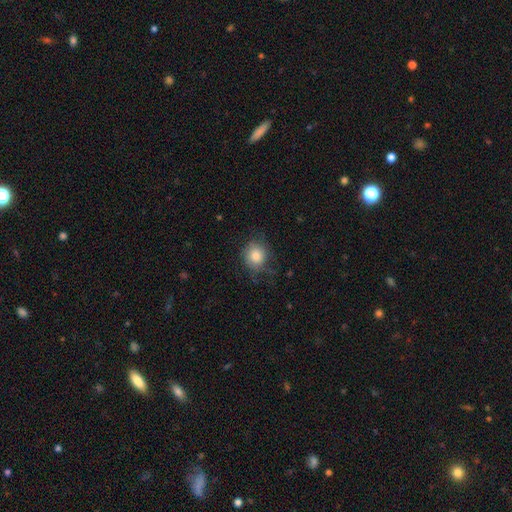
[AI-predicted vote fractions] smooth_or_featured: smooth (p=0.72) [alt: featured or disk p=0.19]
how_rounded: round (p=0.73) [alt: in between p=0.26]
merging: none (p=0.64) [alt: minor disturbance p=0.24]